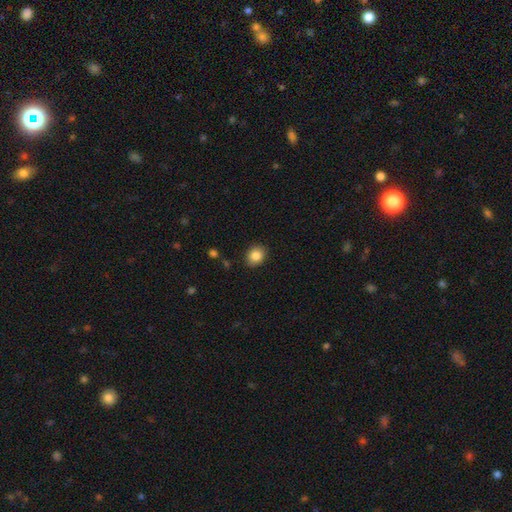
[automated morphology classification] A smooth galaxy with no disk features (85%) that is round (61%).

Vote fractions:
- Smooth or featured? smooth: 85% / star or artifact: 9% / featured or disk: 6%
- How rounded? round: 61% / in between: 38% / cigar-shaped: 1%
- Merging? none: 89% / minor disturbance: 8% / major disturbance: 2% / merger: 1%